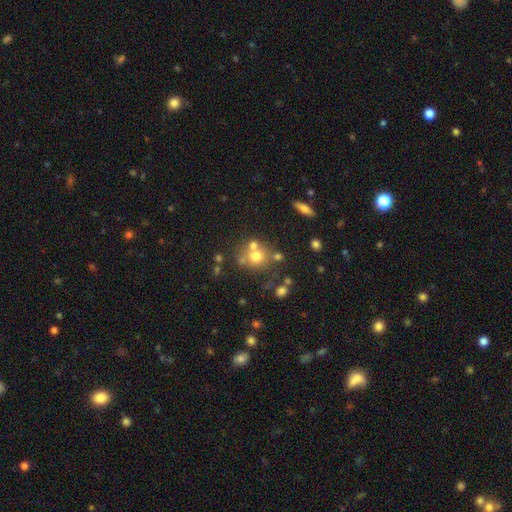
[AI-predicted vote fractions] Smooth or featured: smooth — 66% (featured or disk — 18%)
How rounded: round — 86% (in between — 13%)
Merging: none — 57% (merger — 27%)